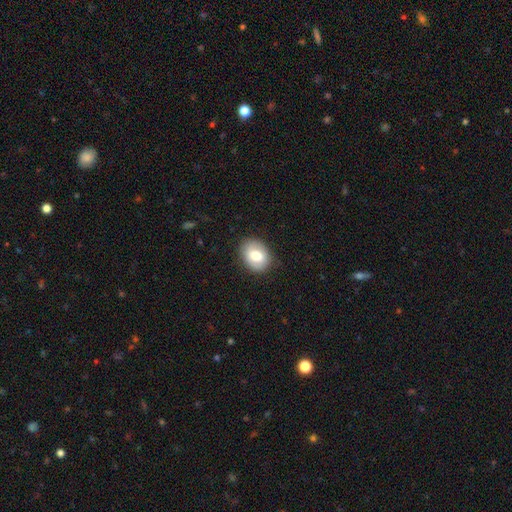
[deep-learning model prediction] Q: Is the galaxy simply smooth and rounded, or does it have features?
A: smooth — 73%.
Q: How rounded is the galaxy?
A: in between — 64%.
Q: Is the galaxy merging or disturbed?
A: none — 85%.